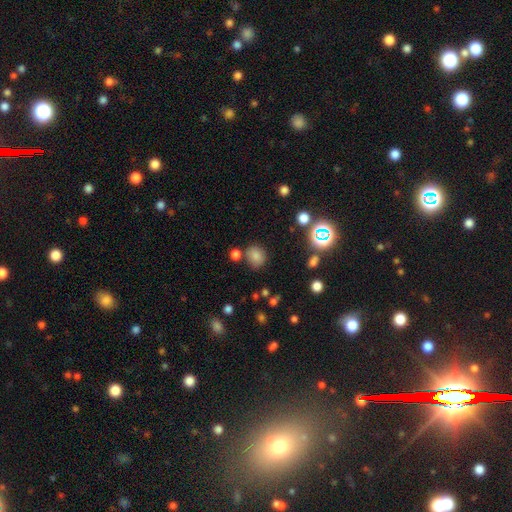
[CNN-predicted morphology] This appears to be a smooth galaxy with no disk features (77%) that is round (71%). Merging: none (74%).